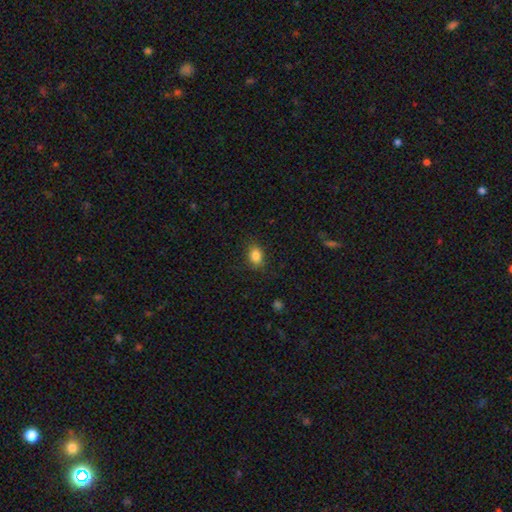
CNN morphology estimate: smooth 84%, star or artifact 10%, featured or disk 6%. Down the decision tree: how rounded — in between (67%); merging — none (85%).